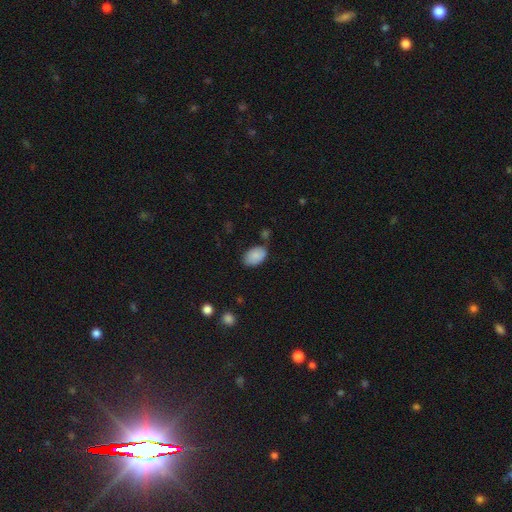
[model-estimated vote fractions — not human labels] Smooth or featured: smooth — 87% (star or artifact — 7%)
How rounded: in between — 92% (round — 7%)
Merging: none — 73% (minor disturbance — 19%)